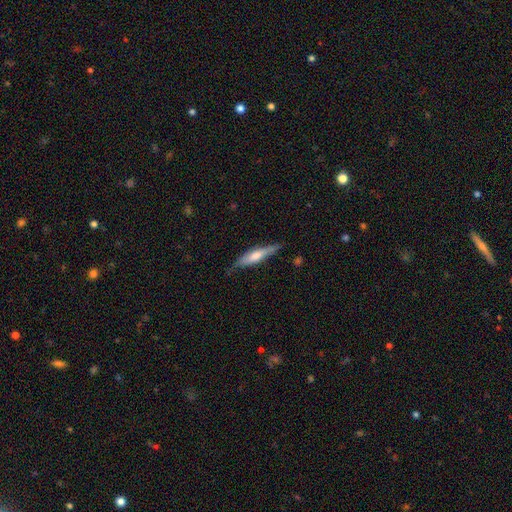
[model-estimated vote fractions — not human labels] Smooth or featured? Predicted: featured or disk (p=0.53). Edge-on disk? Predicted: yes (p=0.91). Merging? Predicted: none (p=0.77).